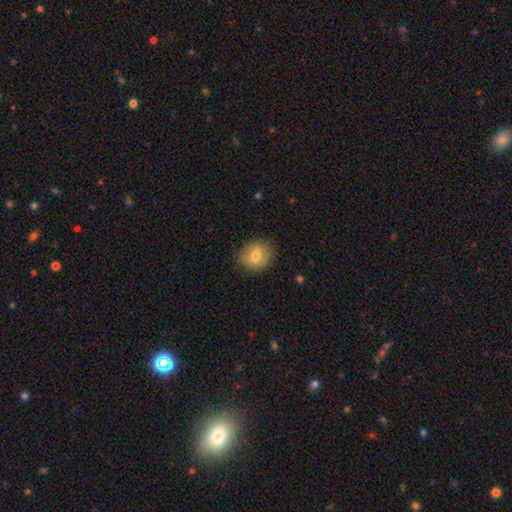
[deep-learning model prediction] Morphology: type=smooth (74%); roundness=round (57%); merging=none (85%).